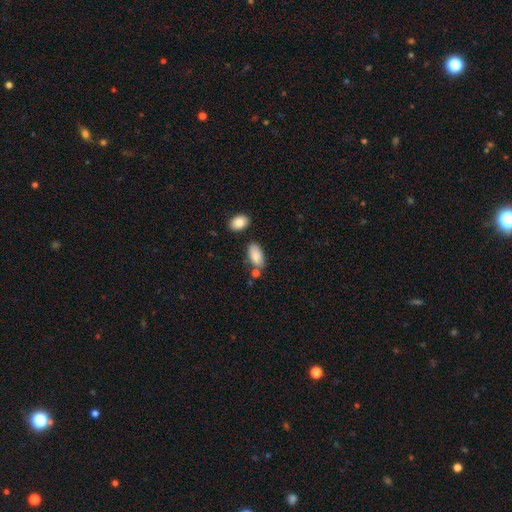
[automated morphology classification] Q: Smooth or featured?
A: smooth (87%); runner-up: star or artifact (7%)
Q: How rounded?
A: in between (93%); runner-up: cigar-shaped (4%)
Q: Merging?
A: none (67%); runner-up: minor disturbance (17%)